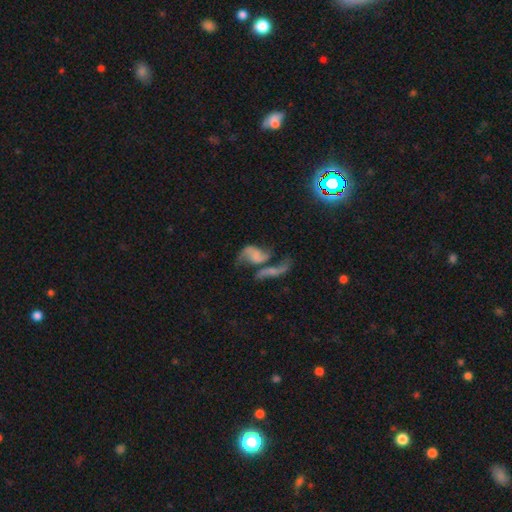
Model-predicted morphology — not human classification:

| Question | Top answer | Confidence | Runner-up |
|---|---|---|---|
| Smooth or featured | featured or disk | 65% | smooth (24%) |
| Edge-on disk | no | 95% | yes (5%) |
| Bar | no | 63% | weak (28%) |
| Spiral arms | yes | 81% | no (19%) |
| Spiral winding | loose | 72% | medium (21%) |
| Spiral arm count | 2 | 80% | 1 (10%) |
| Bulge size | none | 58% | small (18%) |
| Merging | merger | 47% | none (23%) |